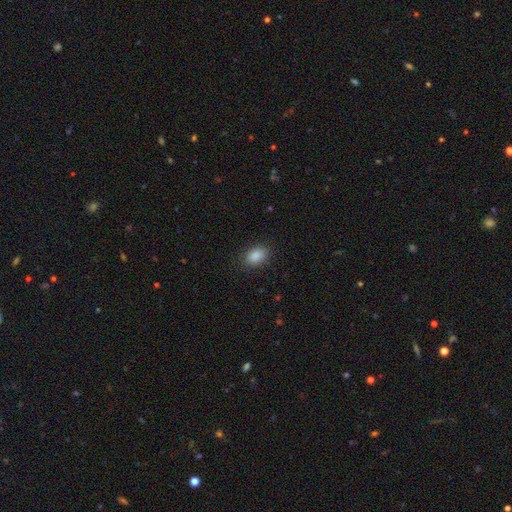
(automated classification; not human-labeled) Smooth or featured? smooth (87%)
How rounded? in between (80%)
Merging? none (86%)